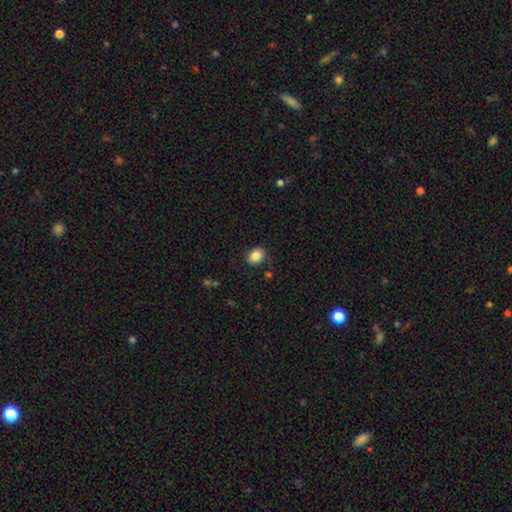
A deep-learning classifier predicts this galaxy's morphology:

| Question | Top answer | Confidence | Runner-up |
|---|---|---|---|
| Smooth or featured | smooth | 84% | star or artifact (9%) |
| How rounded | round | 51% | in between (48%) |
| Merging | none | 81% | minor disturbance (14%) |